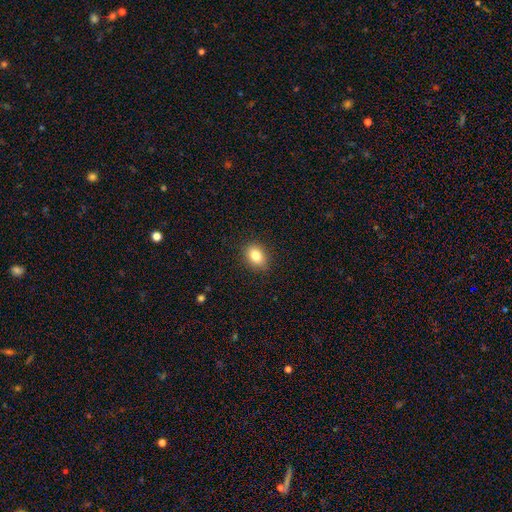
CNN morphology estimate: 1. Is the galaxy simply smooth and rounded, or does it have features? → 82% smooth, 10% star or artifact, 8% featured or disk.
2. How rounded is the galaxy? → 68% in between, 30% round, 1% cigar-shaped.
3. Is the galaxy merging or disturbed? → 88% none, 8% minor disturbance, 2% major disturbance, 1% merger.